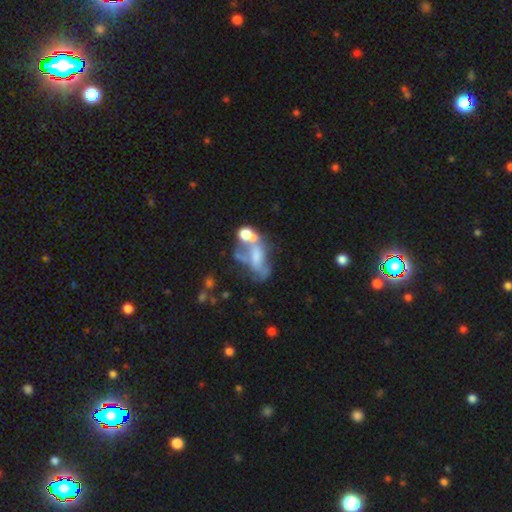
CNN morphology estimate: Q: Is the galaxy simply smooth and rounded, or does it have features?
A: featured or disk — 54%.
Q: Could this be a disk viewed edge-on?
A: no — 95%.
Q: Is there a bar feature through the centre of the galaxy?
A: no — 71%.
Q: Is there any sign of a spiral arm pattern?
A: no — 77%.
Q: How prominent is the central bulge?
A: none — 40%.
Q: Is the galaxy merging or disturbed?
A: merger — 38%.